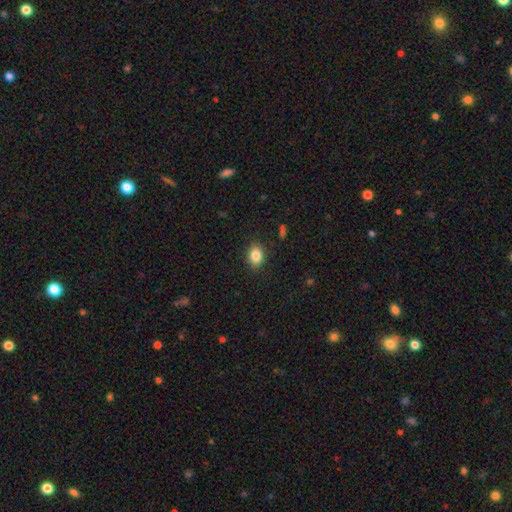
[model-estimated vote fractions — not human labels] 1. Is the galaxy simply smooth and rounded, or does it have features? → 85% smooth, 9% star or artifact, 6% featured or disk.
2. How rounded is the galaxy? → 69% in between, 30% round, 1% cigar-shaped.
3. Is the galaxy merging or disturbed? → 88% none, 9% minor disturbance, 2% major disturbance, 1% merger.